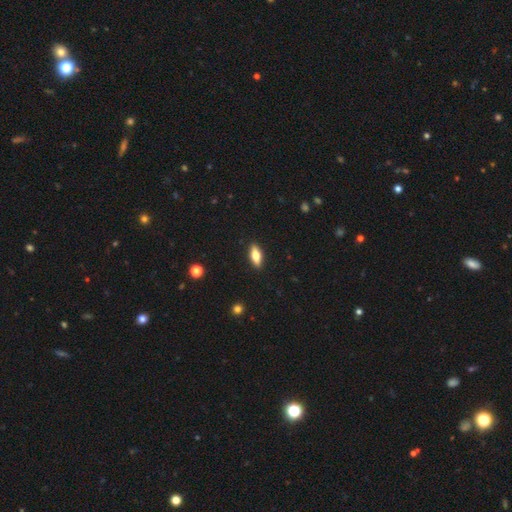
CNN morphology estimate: smooth-or-featured: smooth: 65% | featured or disk: 28% | star or artifact: 7%
  how-rounded: in between: 71% | cigar-shaped: 26% | round: 3%
  merging: none: 90% | minor disturbance: 7% | major disturbance: 2% | merger: 1%